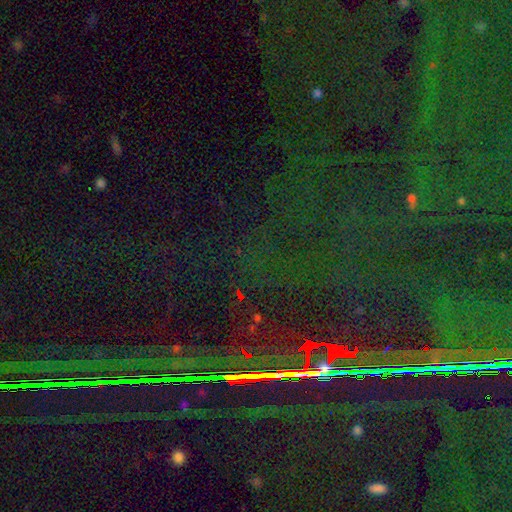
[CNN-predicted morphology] Smooth or featured?
  - star or artifact: 86% *
  - featured or disk: 7%
  - smooth: 7%